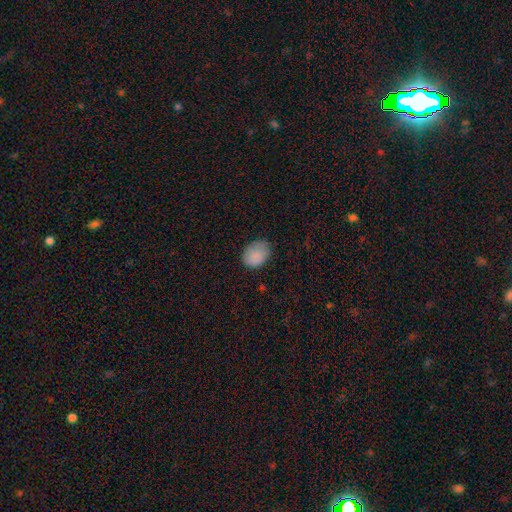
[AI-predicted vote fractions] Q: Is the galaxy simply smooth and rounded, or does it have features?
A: smooth — 86%.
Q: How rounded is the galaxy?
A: in between — 66%.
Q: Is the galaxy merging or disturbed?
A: none — 63%.